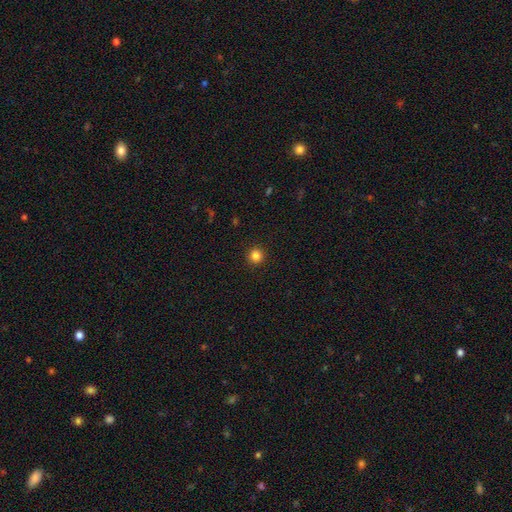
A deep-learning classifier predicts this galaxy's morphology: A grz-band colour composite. It shows a smooth galaxy with no disk features (84%) that is round (95%). Merging: none (93%).